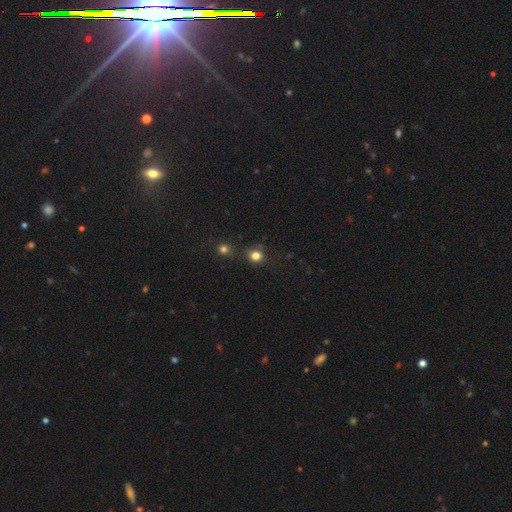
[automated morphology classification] A smooth galaxy with no disk features (79%) that is round (86%).

Vote fractions:
- Smooth or featured? smooth: 79% / star or artifact: 16% / featured or disk: 5%
- How rounded? round: 86% / in between: 13% / cigar-shaped: 1%
- Merging? none: 78% / minor disturbance: 11% / merger: 7% / major disturbance: 4%